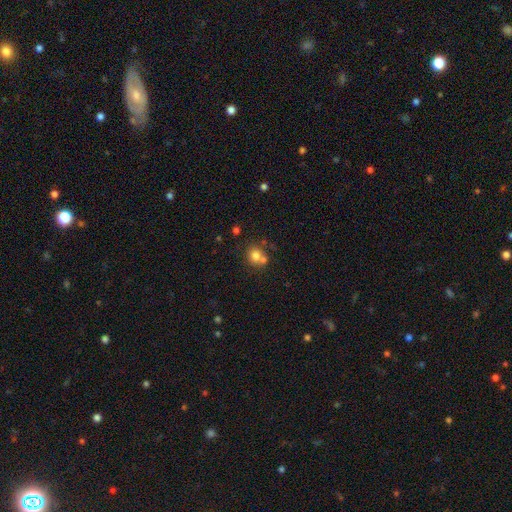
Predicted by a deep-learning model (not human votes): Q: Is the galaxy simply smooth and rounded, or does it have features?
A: smooth — 76%.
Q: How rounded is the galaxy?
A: round — 83%.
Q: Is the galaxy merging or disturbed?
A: none — 54%.